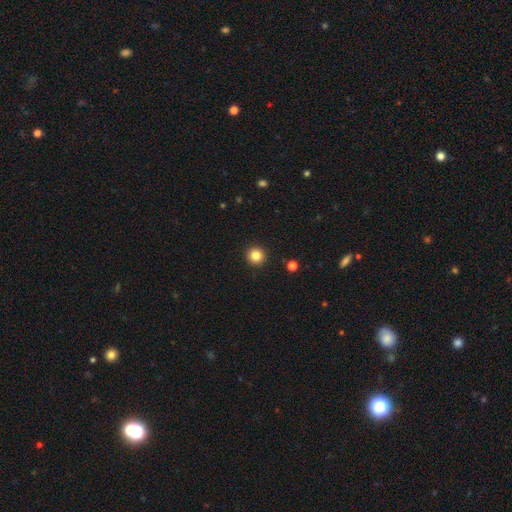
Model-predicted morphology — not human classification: smooth_or_featured: smooth (p=0.84) [alt: star or artifact p=0.11]
how_rounded: round (p=0.96) [alt: in between p=0.04]
merging: none (p=0.93) [alt: minor disturbance p=0.04]